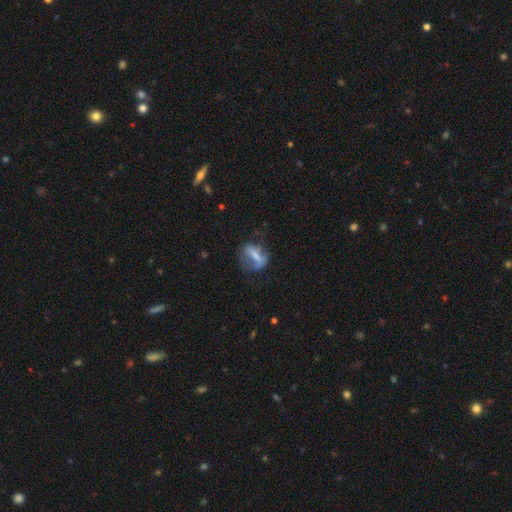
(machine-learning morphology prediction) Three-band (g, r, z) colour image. It shows a smooth galaxy with no disk features (50%) that is in between round and cigar-shaped (64%). Merging: none (44%).